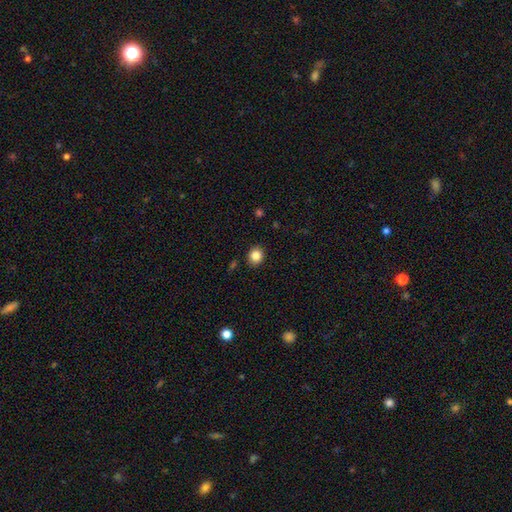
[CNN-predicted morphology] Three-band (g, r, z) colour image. It shows a smooth galaxy with no disk features (85%) that is round (76%). Merging: none (90%).